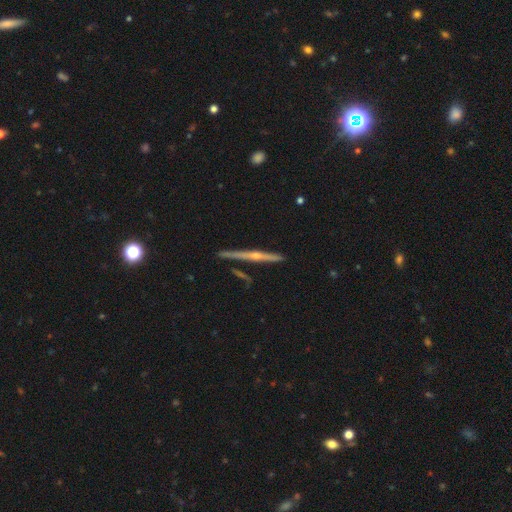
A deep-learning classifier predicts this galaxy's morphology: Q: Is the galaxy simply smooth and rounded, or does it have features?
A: featured or disk — 72%.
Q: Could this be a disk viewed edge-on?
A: yes — 95%.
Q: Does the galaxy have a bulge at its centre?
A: rounded — 68%.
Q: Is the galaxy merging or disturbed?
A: none — 84%.